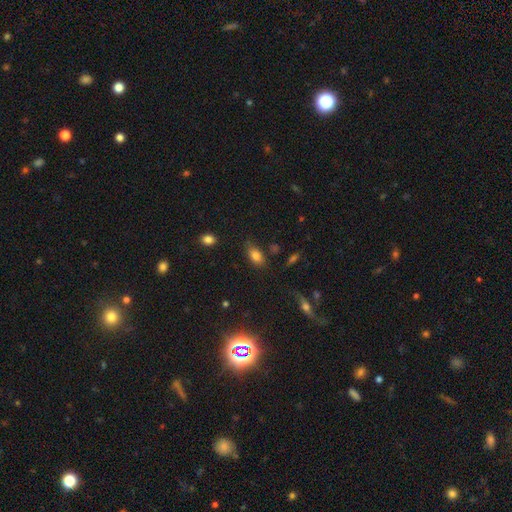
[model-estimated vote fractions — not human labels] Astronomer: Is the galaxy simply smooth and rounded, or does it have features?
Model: smooth — 80%.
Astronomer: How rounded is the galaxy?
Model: in between — 89%.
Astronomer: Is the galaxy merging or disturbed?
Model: none — 74%.